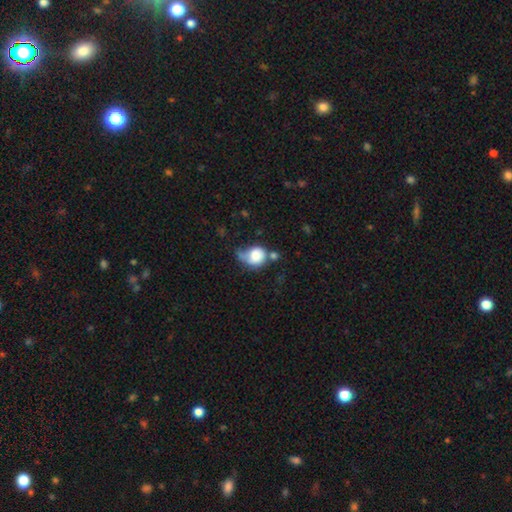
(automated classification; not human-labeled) The model was most divided on "merging": minor disturbance: 31%, none: 28%, major disturbance: 26%, merger: 15%. More confident: smooth or featured — smooth (70%); how rounded — round (62%).